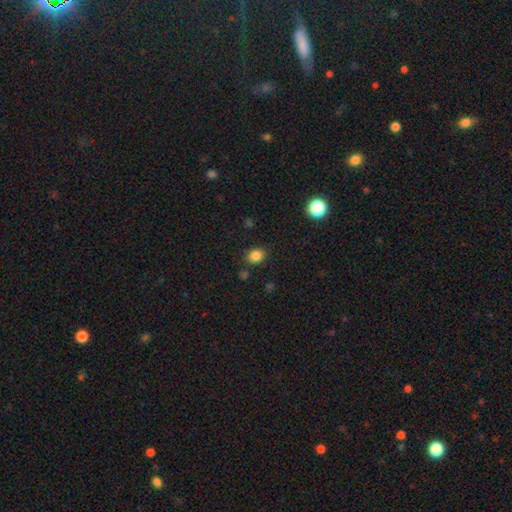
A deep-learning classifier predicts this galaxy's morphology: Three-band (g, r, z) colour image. It shows a smooth galaxy with no disk features (84%) that is round (56%). Merging: none (83%).